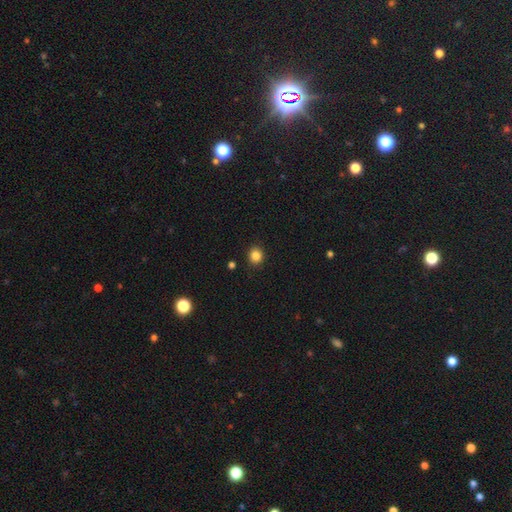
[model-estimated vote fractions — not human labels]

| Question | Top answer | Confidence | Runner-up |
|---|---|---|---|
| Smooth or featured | smooth | 84% | star or artifact (12%) |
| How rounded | round | 85% | in between (14%) |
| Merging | none | 91% | minor disturbance (6%) |